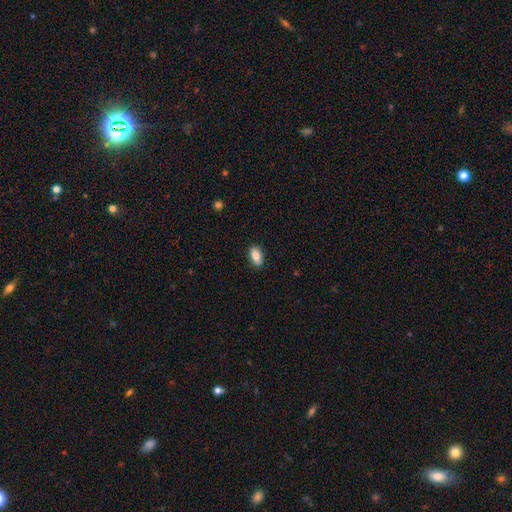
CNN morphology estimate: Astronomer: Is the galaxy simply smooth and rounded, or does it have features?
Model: smooth — 88%.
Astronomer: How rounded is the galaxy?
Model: in between — 88%.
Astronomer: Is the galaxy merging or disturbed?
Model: none — 86%.